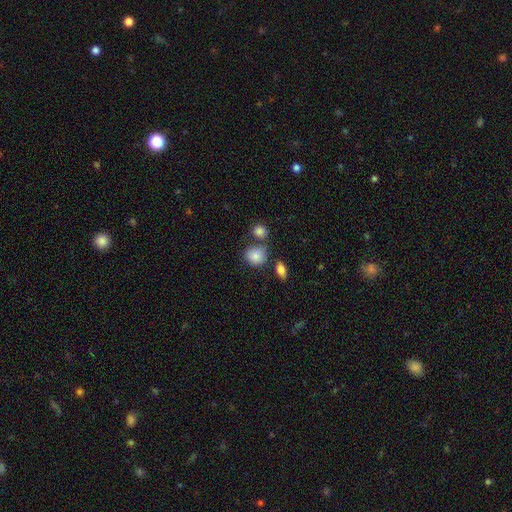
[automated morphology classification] Overall: smooth (85%). How rounded: round (69%; in between 30%). Merging: none (62%).